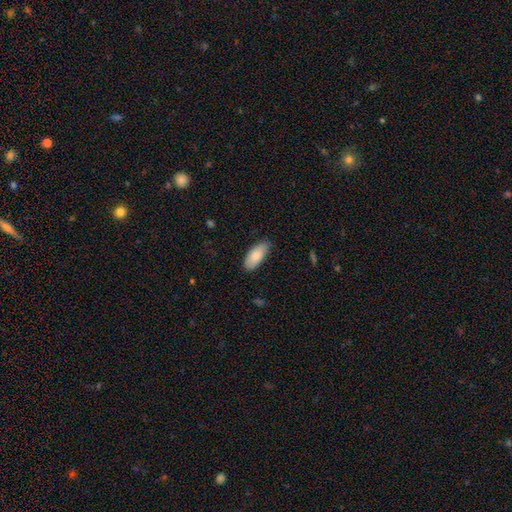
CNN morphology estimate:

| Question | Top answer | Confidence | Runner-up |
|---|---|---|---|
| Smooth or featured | smooth | 84% | featured or disk (10%) |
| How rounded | in between | 88% | cigar-shaped (10%) |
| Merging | none | 81% | minor disturbance (15%) |